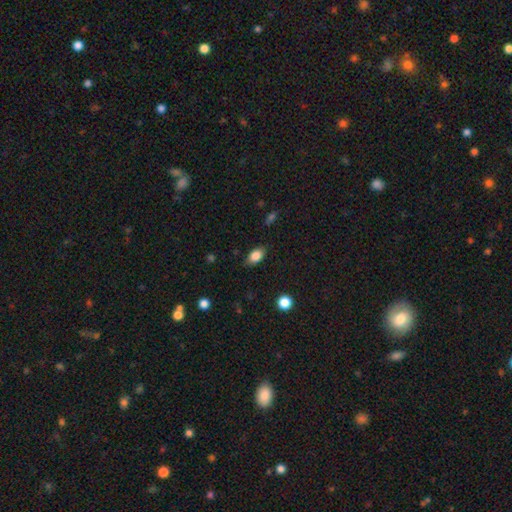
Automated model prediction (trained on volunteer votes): Q: Smooth or featured?
A: smooth (84%); runner-up: star or artifact (9%)
Q: How rounded?
A: in between (88%); runner-up: round (9%)
Q: Merging?
A: none (83%); runner-up: minor disturbance (13%)